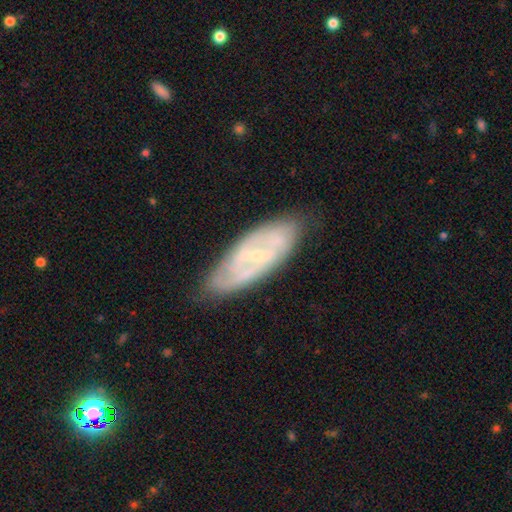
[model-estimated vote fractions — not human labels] Overall: featured or disk (74%). Edge-on disk: no (87%). Bar: weak (42%; strong 36%). Spiral arms: yes (74%). Bulge size: small (72%). Merging: none (76%).